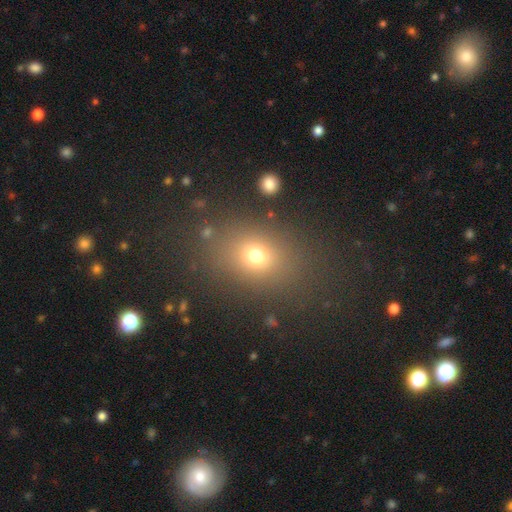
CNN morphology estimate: smooth_or_featured: smooth (p=0.72) [alt: star or artifact p=0.18]
how_rounded: in between (p=0.58) [alt: round p=0.40]
merging: none (p=0.80) [alt: minor disturbance p=0.11]